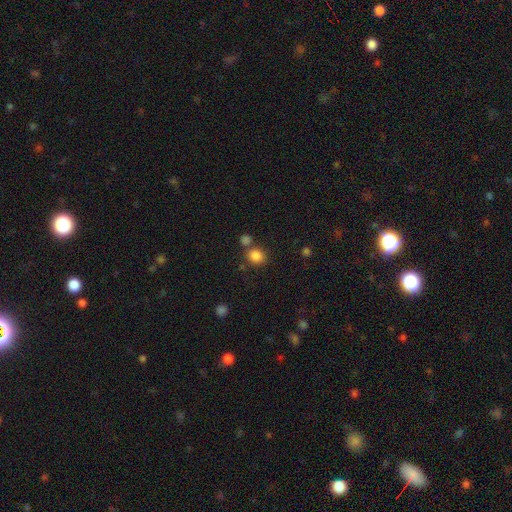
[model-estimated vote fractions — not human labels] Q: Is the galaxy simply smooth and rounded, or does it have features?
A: smooth — 84%.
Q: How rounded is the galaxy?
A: round — 72%.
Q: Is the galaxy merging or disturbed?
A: none — 67%.